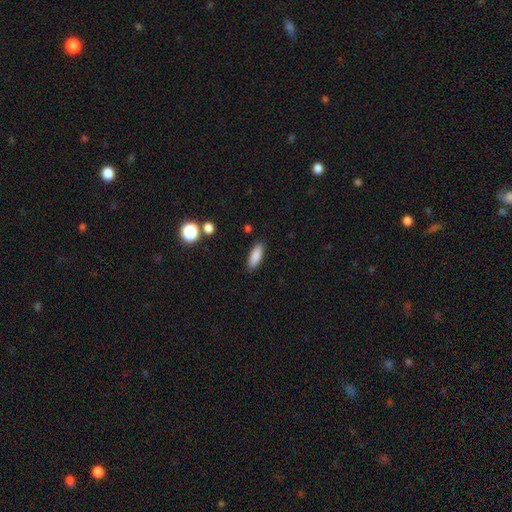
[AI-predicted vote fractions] Q: Smooth or featured?
A: smooth (86%); runner-up: star or artifact (7%)
Q: How rounded?
A: in between (67%); runner-up: cigar-shaped (31%)
Q: Merging?
A: none (87%); runner-up: minor disturbance (9%)